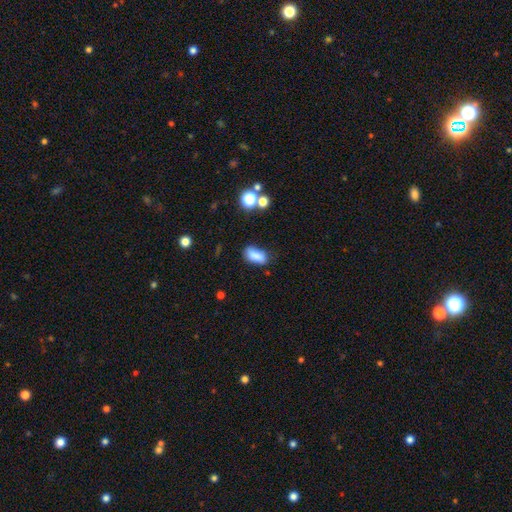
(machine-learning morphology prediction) This appears to be a smooth galaxy with no disk features (83%) that is in between round and cigar-shaped (85%). Merging: none (67%).